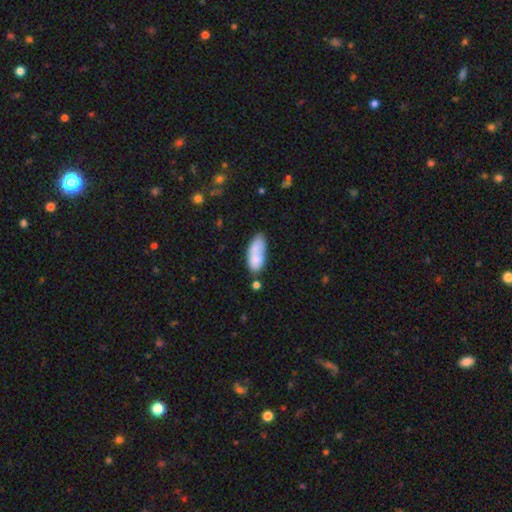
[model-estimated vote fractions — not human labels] This appears to be a smooth galaxy with no disk features (71%) that is in between round and cigar-shaped (82%). Merging: none (44%).